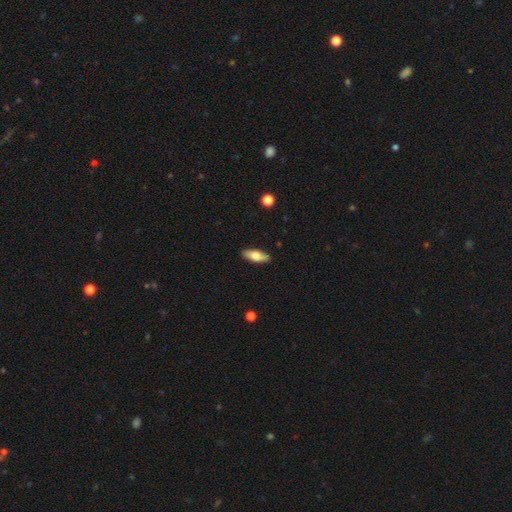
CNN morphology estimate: A smooth galaxy with no disk features (70%) that is in between round and cigar-shaped (73%).

Vote fractions:
- Smooth or featured? smooth: 70% / featured or disk: 24% / star or artifact: 6%
- How rounded? in between: 73% / cigar-shaped: 25% / round: 2%
- Merging? none: 90% / minor disturbance: 8% / major disturbance: 2% / merger: 1%